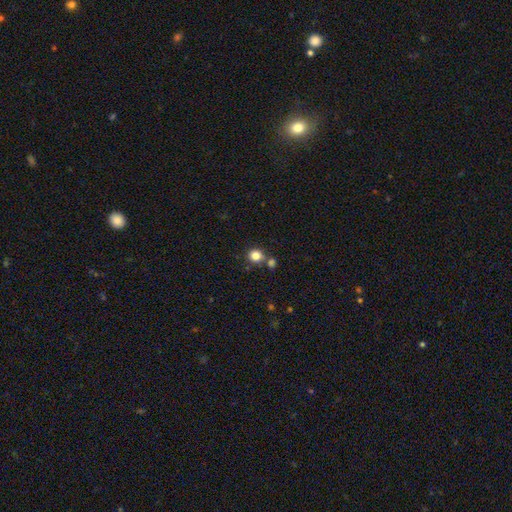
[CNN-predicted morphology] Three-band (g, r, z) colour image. It shows a smooth galaxy with no disk features (83%) that is round (85%). Merging: none (69%).